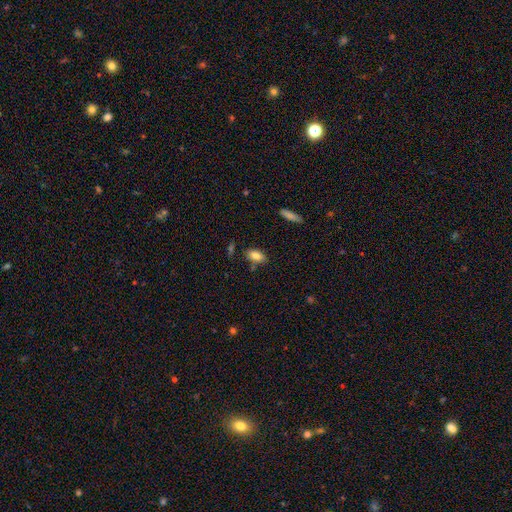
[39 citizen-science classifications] Overall: smooth (85%). How rounded: in between (94%). Merging: none (69%).